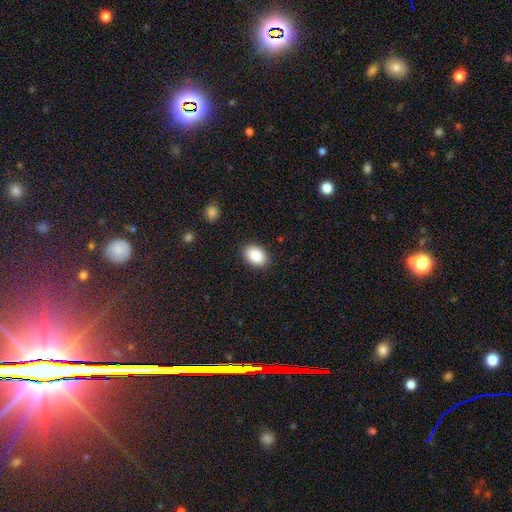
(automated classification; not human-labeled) This appears to be a smooth galaxy with no disk features (90%) that is in between round and cigar-shaped (85%). Merging: none (88%).